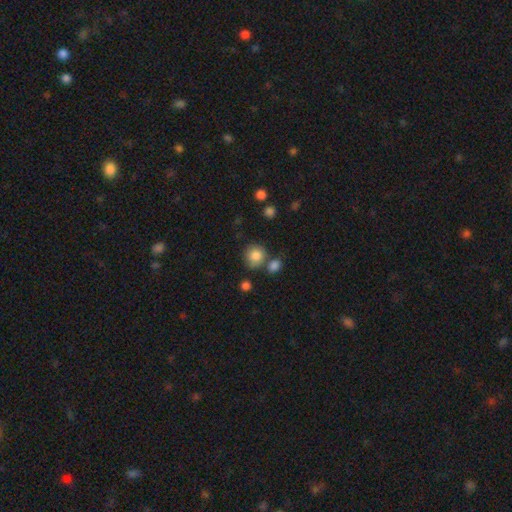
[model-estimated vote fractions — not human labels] Smooth or featured? smooth (85%)
How rounded? round (86%)
Merging? none (67%)